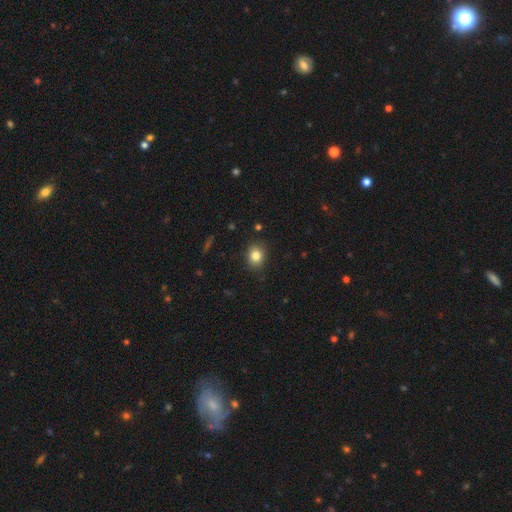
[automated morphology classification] smooth 83%, star or artifact 11%, featured or disk 7%. Down the decision tree: how rounded — round (56%); merging — none (87%).